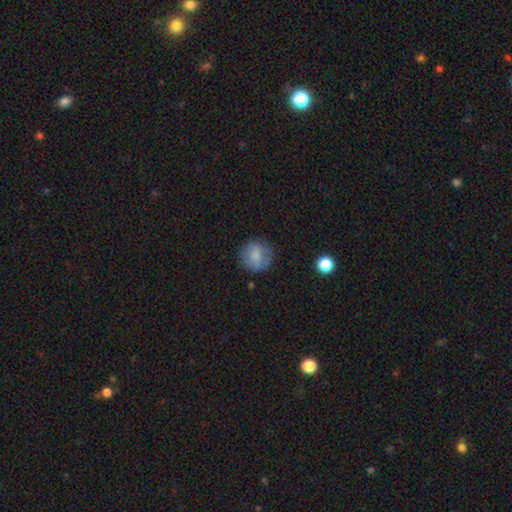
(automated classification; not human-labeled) smooth-or-featured: smooth: 74% | featured or disk: 16% | star or artifact: 9%
  how-rounded: round: 87% | in between: 12% | cigar-shaped: 1%
  merging: none: 73% | minor disturbance: 18% | major disturbance: 7% | merger: 2%